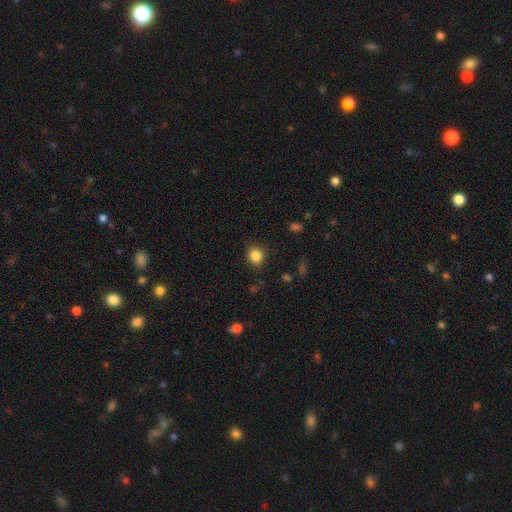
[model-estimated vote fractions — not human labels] smooth 86%, star or artifact 10%, featured or disk 4%. Down the decision tree: how rounded — round (79%); merging — none (86%).